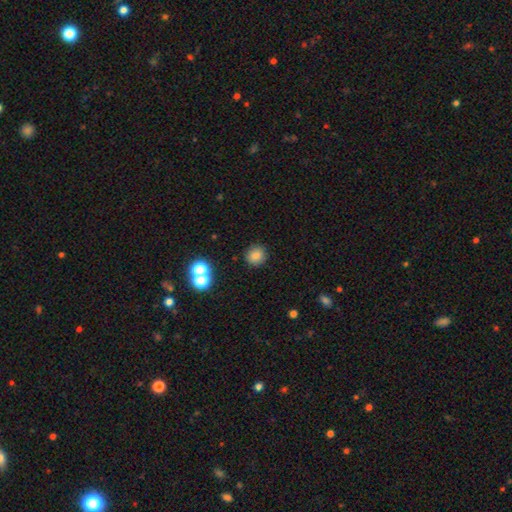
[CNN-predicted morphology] smooth 80%, star or artifact 13%, featured or disk 7%. Down the decision tree: how rounded — round (88%); merging — none (87%).